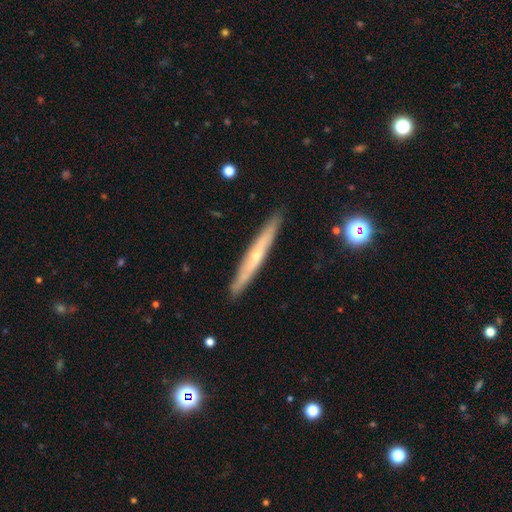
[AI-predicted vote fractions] Q: Smooth or featured?
A: featured or disk (63%); runner-up: smooth (31%)
Q: Edge-on disk?
A: yes (92%); runner-up: no (8%)
Q: Edge-on bulge?
A: rounded (62%); runner-up: none (36%)
Q: Merging?
A: none (90%); runner-up: minor disturbance (8%)